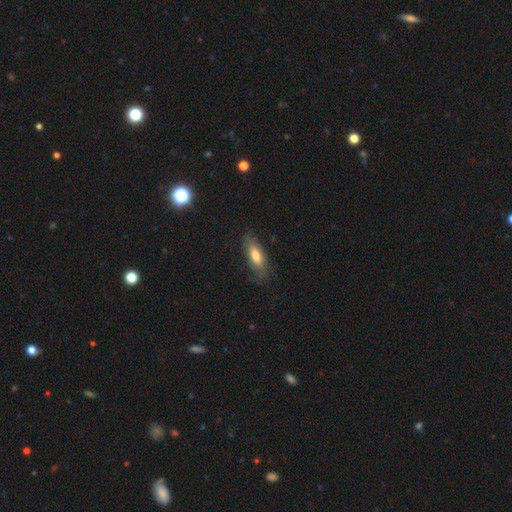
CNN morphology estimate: A smooth galaxy with no disk features (65%) that is in between round and cigar-shaped (74%). Merging: none (66%).